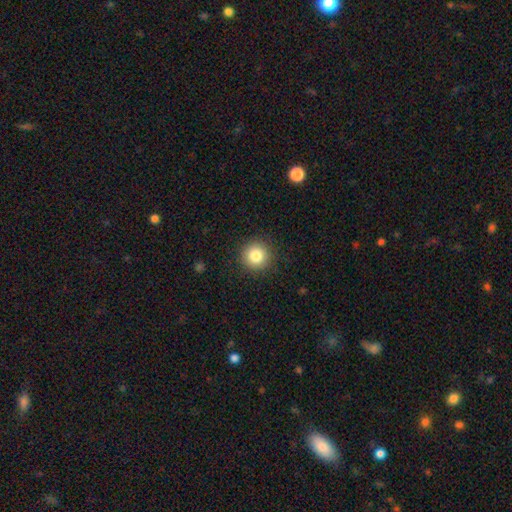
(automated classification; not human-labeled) Overall: smooth (83%). How rounded: round (95%). Merging: none (91%).